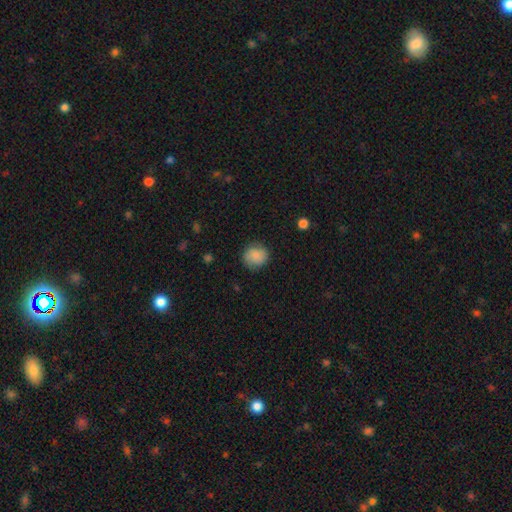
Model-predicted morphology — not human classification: Q: Smooth or featured?
A: smooth (84%); runner-up: featured or disk (8%)
Q: How rounded?
A: round (86%); runner-up: in between (13%)
Q: Merging?
A: none (83%); runner-up: minor disturbance (12%)